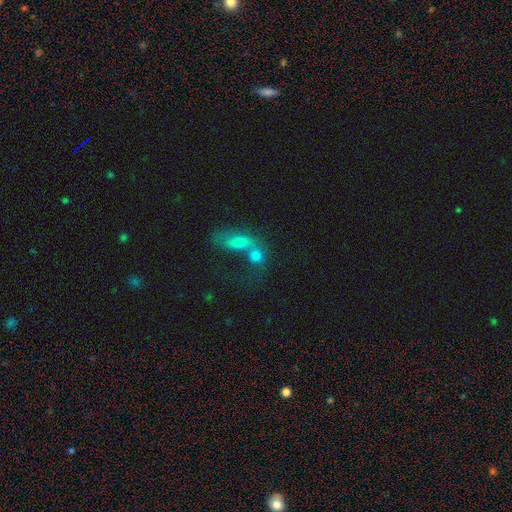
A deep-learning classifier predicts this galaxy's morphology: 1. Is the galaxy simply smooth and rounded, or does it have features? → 74% smooth, 14% featured or disk, 12% star or artifact.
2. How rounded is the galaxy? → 47% round, 46% in between, 6% cigar-shaped.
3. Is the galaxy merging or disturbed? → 62% merger, 25% none, 7% minor disturbance, 6% major disturbance.